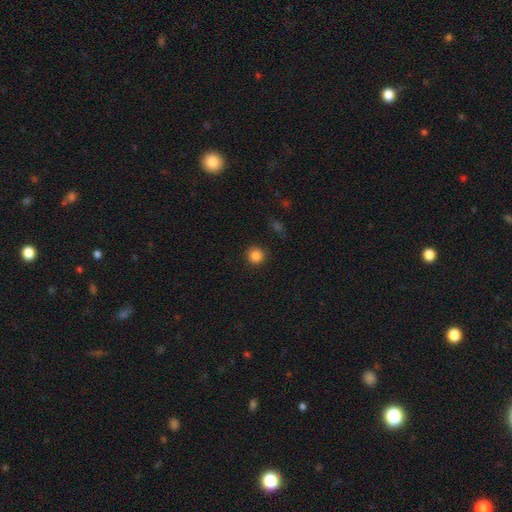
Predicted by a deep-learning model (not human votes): smooth-or-featured: smooth: 85% | star or artifact: 11% | featured or disk: 4%
  how-rounded: round: 94% | in between: 5% | cigar-shaped: 1%
  merging: none: 90% | minor disturbance: 6% | major disturbance: 2% | merger: 1%